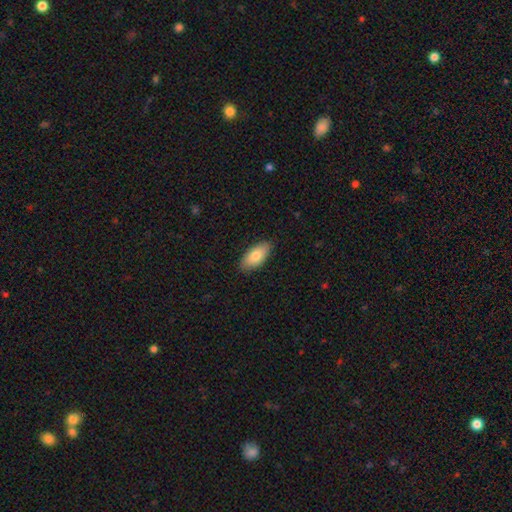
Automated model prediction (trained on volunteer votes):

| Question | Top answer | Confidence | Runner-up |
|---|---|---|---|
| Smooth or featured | smooth | 81% | featured or disk (13%) |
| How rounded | in between | 91% | cigar-shaped (7%) |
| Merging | none | 87% | minor disturbance (10%) |